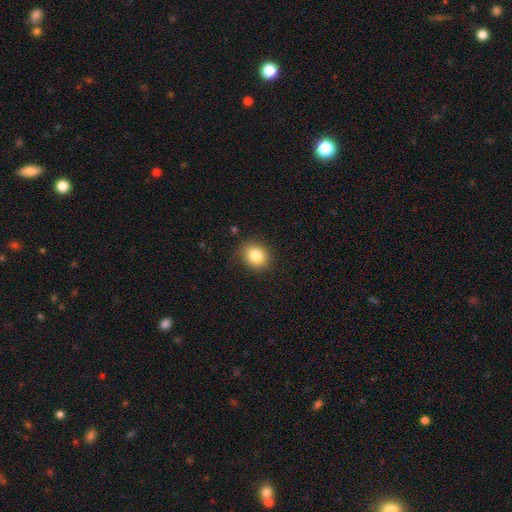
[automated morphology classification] This is clearly a smooth galaxy (82%). How rounded: likely round (67%). Merging: clearly none (83%).